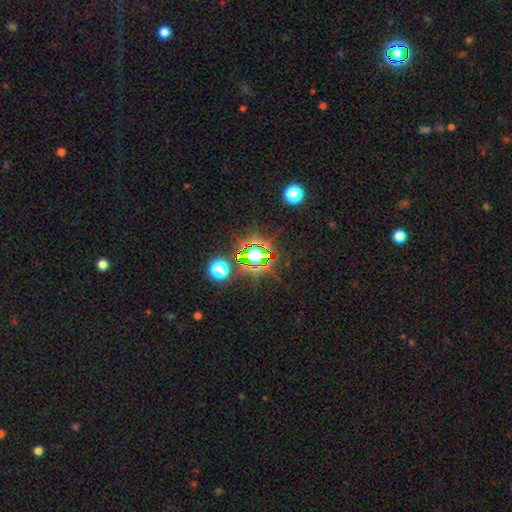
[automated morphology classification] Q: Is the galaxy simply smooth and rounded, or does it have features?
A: star or artifact — 78%.